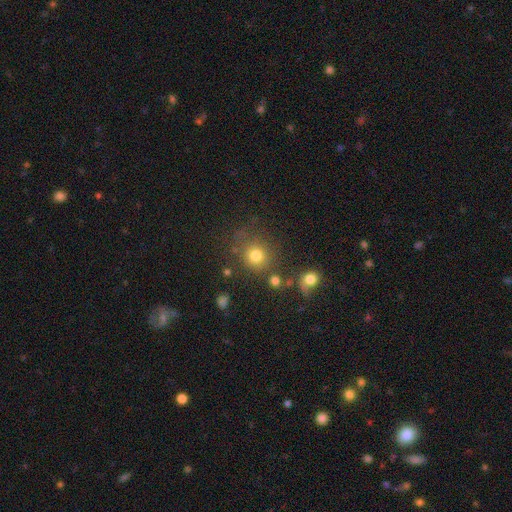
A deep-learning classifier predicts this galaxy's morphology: A smooth galaxy with no disk features (77%) that is round (87%). Merging: none (71%).